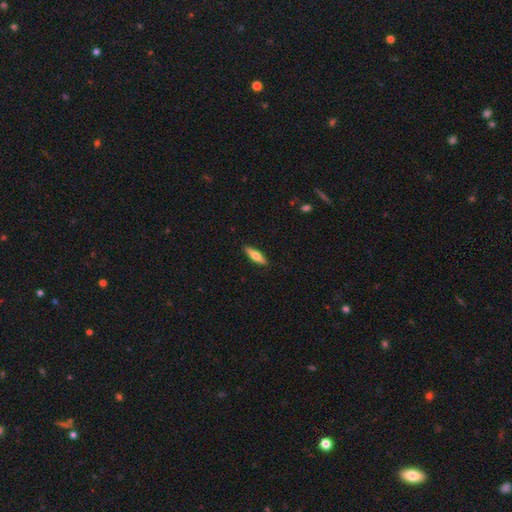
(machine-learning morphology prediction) type=smooth (53%); roundness=cigar-shaped (68%); merging=none (90%).